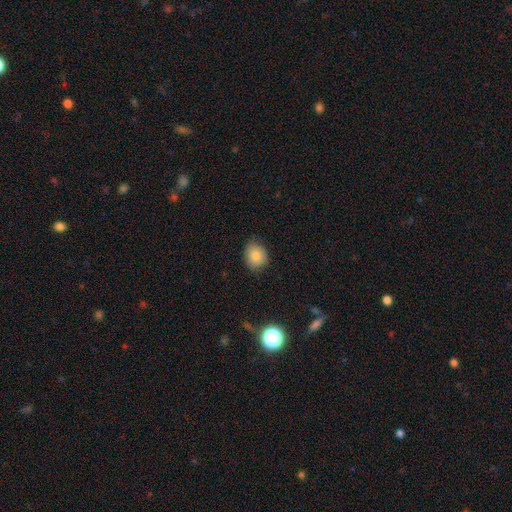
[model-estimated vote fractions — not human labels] Smooth or featured: smooth — 82% (star or artifact — 10%)
How rounded: round — 62% (in between — 37%)
Merging: none — 76% (minor disturbance — 19%)